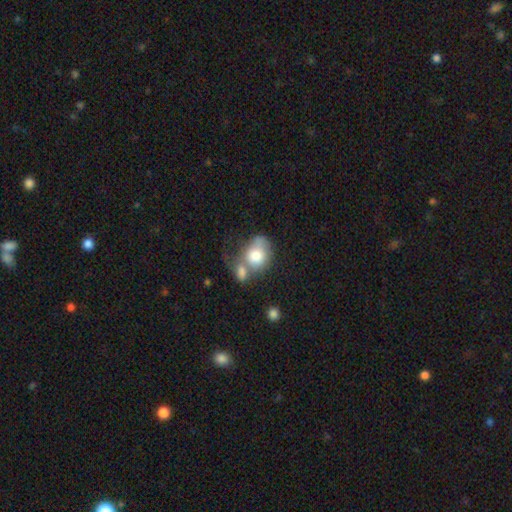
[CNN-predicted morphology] type=smooth (75%); roundness=in between (57%); merging=merger (50%).